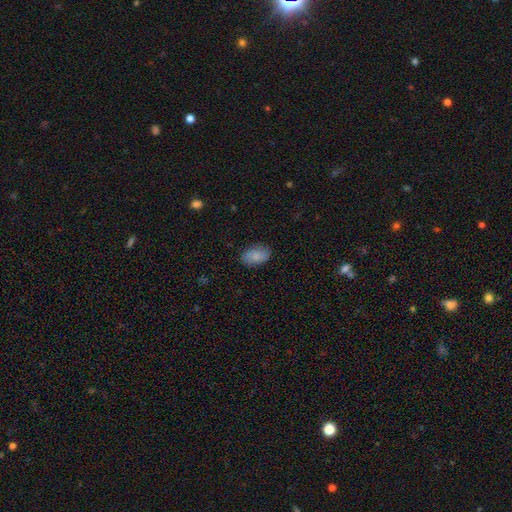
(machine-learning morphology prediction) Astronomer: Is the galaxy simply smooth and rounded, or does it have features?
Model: smooth — 81%.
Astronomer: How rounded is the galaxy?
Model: in between — 91%.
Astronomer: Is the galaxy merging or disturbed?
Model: none — 85%.